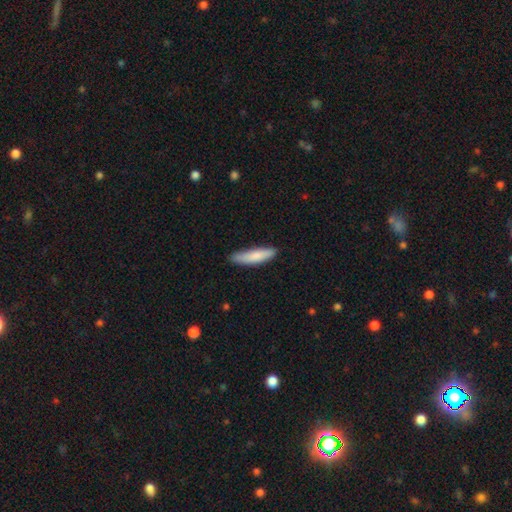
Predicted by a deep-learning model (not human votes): smooth_or_featured: smooth (p=0.82) [alt: featured or disk p=0.13]
how_rounded: cigar-shaped (p=0.77) [alt: in between p=0.21]
merging: none (p=0.82) [alt: minor disturbance p=0.14]